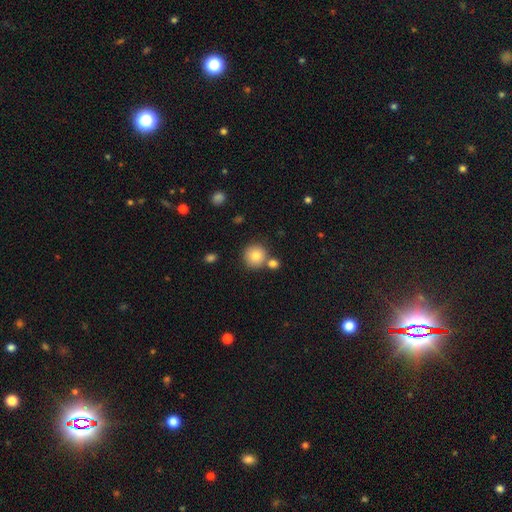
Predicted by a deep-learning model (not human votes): Overall: smooth (82%). How rounded: round (92%). Merging: none (70%).